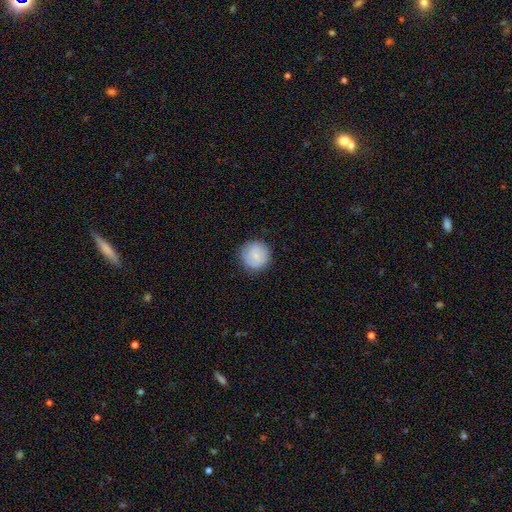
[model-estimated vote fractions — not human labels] smooth-or-featured: smooth: 79% | featured or disk: 14% | star or artifact: 7%
  how-rounded: round: 95% | in between: 4% | cigar-shaped: 1%
  merging: none: 87% | minor disturbance: 9% | major disturbance: 2% | merger: 1%